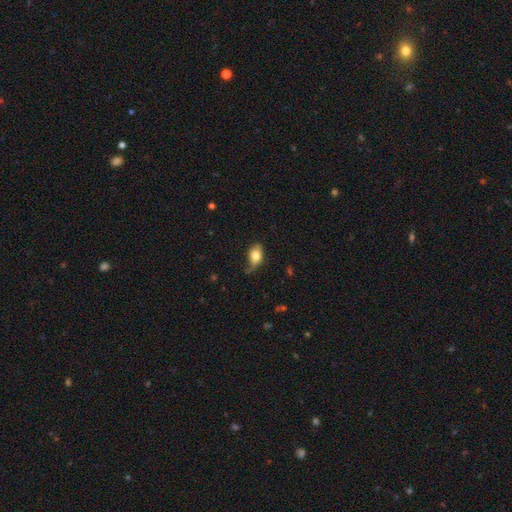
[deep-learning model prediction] Smooth or featured? smooth (75%)
How rounded? in between (84%)
Merging? none (40%)